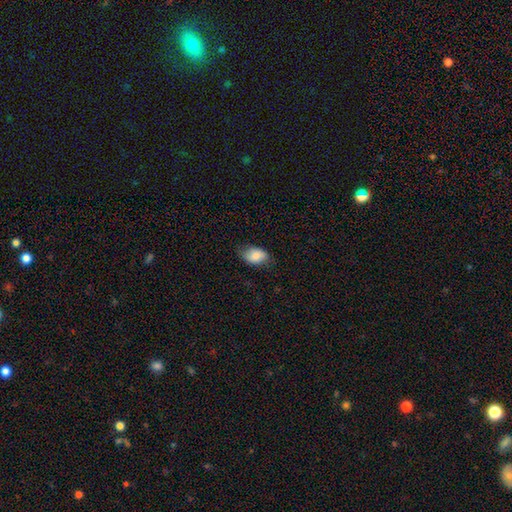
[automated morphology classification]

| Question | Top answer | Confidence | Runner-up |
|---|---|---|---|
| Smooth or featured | smooth | 82% | featured or disk (11%) |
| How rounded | in between | 88% | round (11%) |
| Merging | none | 72% | minor disturbance (23%) |